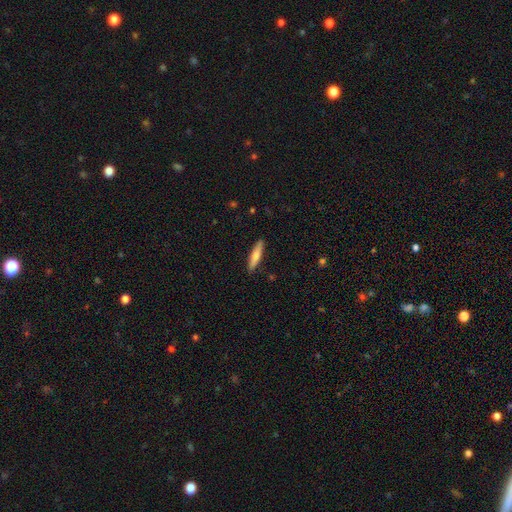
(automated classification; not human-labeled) Smooth or featured?
  - smooth: 67% *
  - featured or disk: 28%
  - star or artifact: 5%
How rounded?
  - cigar-shaped: 83% *
  - in between: 16%
  - round: 2%
Merging?
  - none: 90% *
  - minor disturbance: 8%
  - major disturbance: 2%
  - merger: 1%